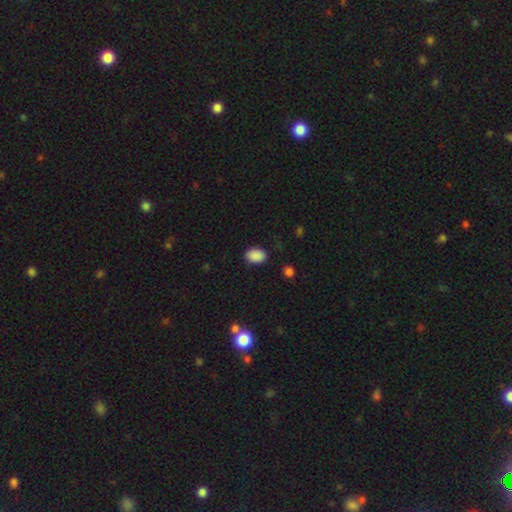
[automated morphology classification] smooth-or-featured: smooth: 89% | star or artifact: 8% | featured or disk: 3%
  how-rounded: in between: 81% | round: 18% | cigar-shaped: 1%
  merging: none: 84% | minor disturbance: 12% | major disturbance: 3% | merger: 1%